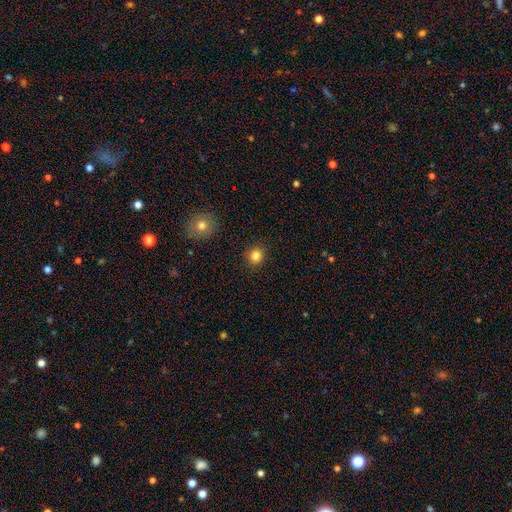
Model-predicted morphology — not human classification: smooth-or-featured: smooth: 83% | star or artifact: 12% | featured or disk: 5%
  how-rounded: round: 83% | in between: 16% | cigar-shaped: 1%
  merging: none: 90% | minor disturbance: 7% | major disturbance: 2% | merger: 1%